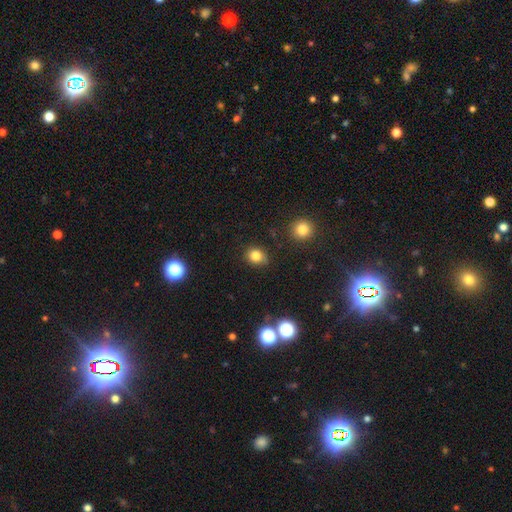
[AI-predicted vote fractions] This is clearly a smooth galaxy (82%). How rounded: likely round (62%). Merging: likely none (78%).